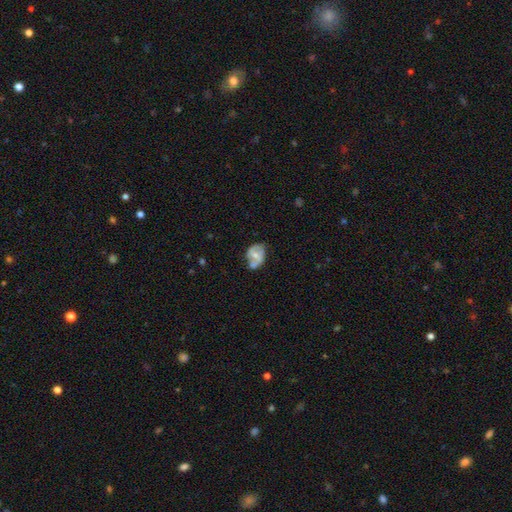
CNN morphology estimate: smooth-or-featured: featured or disk: 58% | smooth: 34% | star or artifact: 7%
  disk-edge-on: no: 96% | yes: 4%
    bar: no: 45% | weak: 39% | strong: 16%
    has-spiral-arms: yes: 64% | no: 36%
    bulge-size: moderate: 52% | small: 40% | none: 5% | large: 3% | dominant: 1%
  merging: none: 44% | minor disturbance: 28% | merger: 16% | major disturbance: 12%